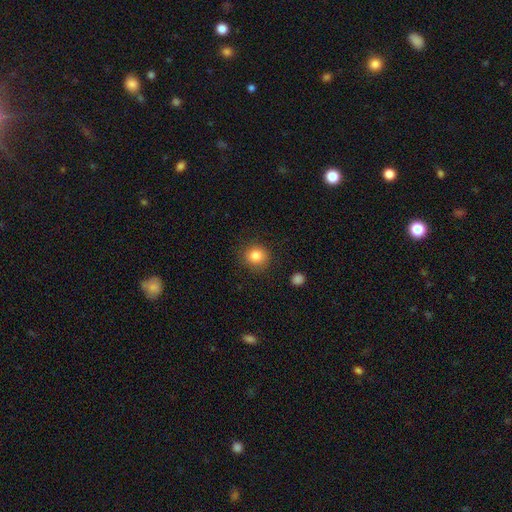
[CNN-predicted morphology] smooth 84%, star or artifact 10%, featured or disk 5%. Down the decision tree: how rounded — round (87%); merging — none (87%).